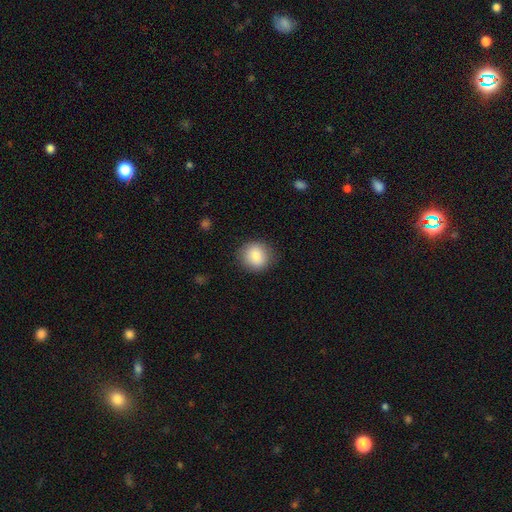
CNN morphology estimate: Smooth or featured? smooth (84%)
How rounded? round (88%)
Merging? none (86%)